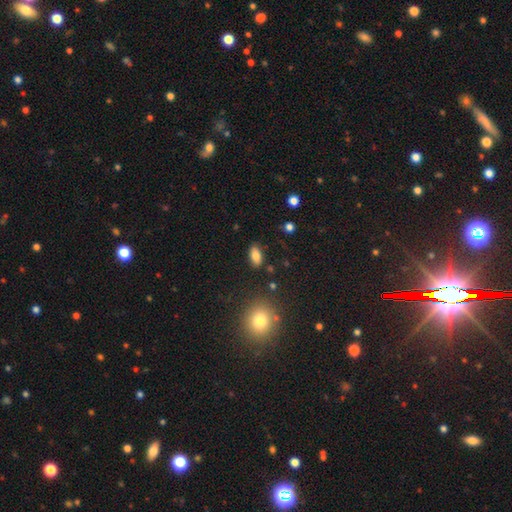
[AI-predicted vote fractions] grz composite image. It shows a smooth galaxy with no disk features (82%) that is in between round and cigar-shaped (90%). Merging: none (85%).